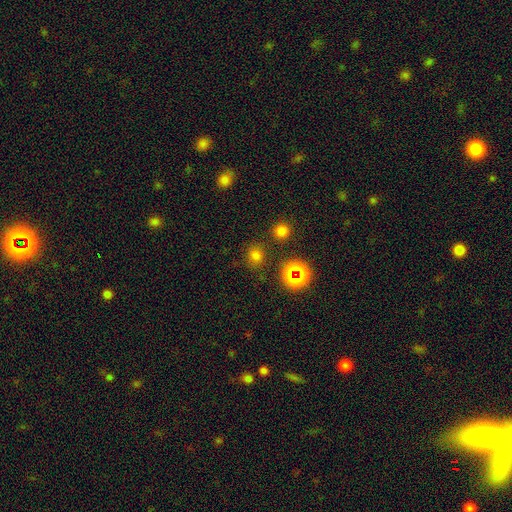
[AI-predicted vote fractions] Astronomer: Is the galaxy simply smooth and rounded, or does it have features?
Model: smooth — 68%.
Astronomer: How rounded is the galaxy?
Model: round — 79%.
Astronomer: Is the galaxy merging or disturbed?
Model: none — 80%.